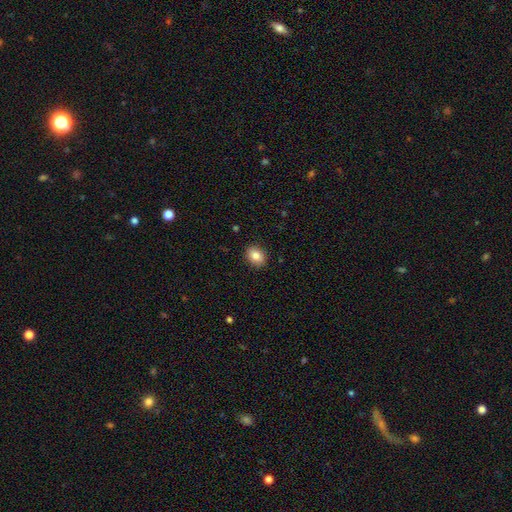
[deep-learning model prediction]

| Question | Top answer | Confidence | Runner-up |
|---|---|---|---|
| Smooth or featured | smooth | 83% | star or artifact (9%) |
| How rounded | in between | 54% | round (45%) |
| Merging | none | 90% | minor disturbance (7%) |